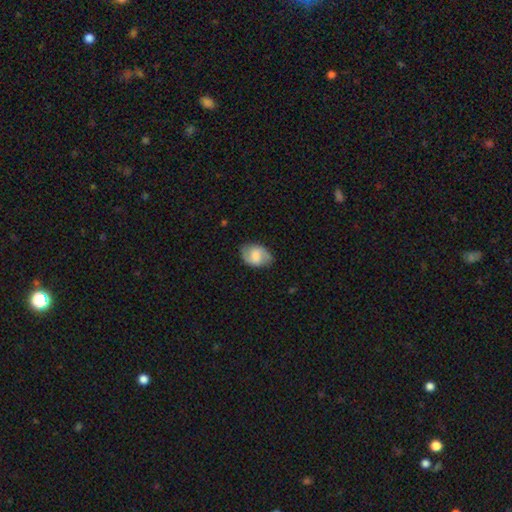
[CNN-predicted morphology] Overall: smooth (49%; featured or disk 44%). Merging: none (77%).